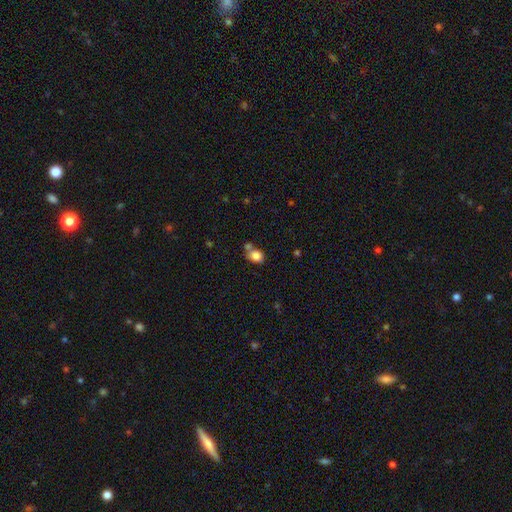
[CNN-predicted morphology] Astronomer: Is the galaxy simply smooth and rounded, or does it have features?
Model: smooth — 82%.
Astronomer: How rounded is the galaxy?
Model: in between — 52% (runner-up: round, 47%).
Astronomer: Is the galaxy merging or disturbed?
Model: none — 51% (runner-up: merger, 28%).